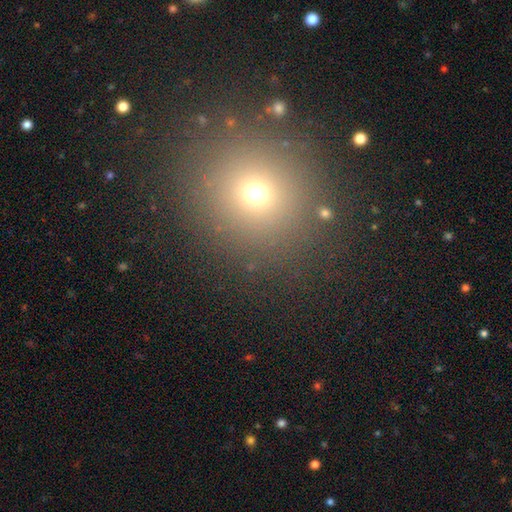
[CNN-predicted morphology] smooth 63%, star or artifact 30%, featured or disk 7%. Down the decision tree: how rounded — round (89%); merging — none (89%).